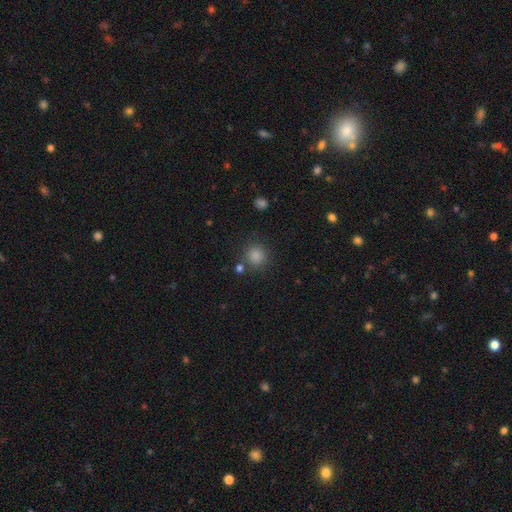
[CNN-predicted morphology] Q: Smooth or featured?
A: smooth (84%); runner-up: star or artifact (12%)
Q: How rounded?
A: round (90%); runner-up: in between (9%)
Q: Merging?
A: none (79%); runner-up: minor disturbance (10%)